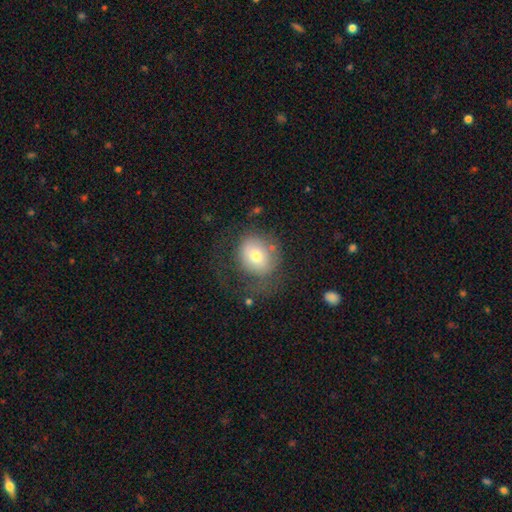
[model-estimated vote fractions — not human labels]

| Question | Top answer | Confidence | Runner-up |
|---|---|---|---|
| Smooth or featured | smooth | 66% | featured or disk (25%) |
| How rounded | round | 65% | in between (35%) |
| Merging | none | 49% | major disturbance (27%) |